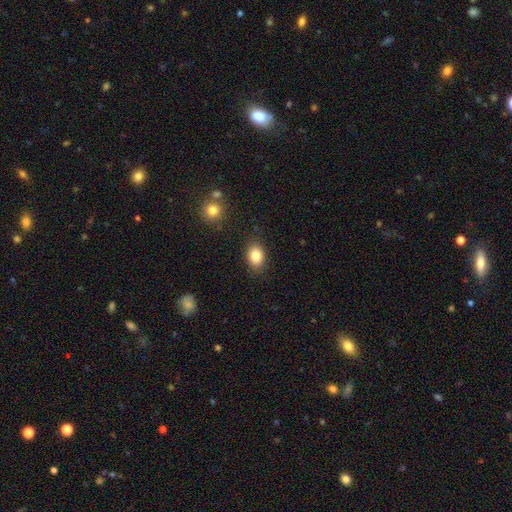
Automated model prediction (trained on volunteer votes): smooth_or_featured: smooth (p=0.85) [alt: star or artifact p=0.09]
how_rounded: in between (p=0.77) [alt: round p=0.22]
merging: none (p=0.85) [alt: minor disturbance p=0.10]